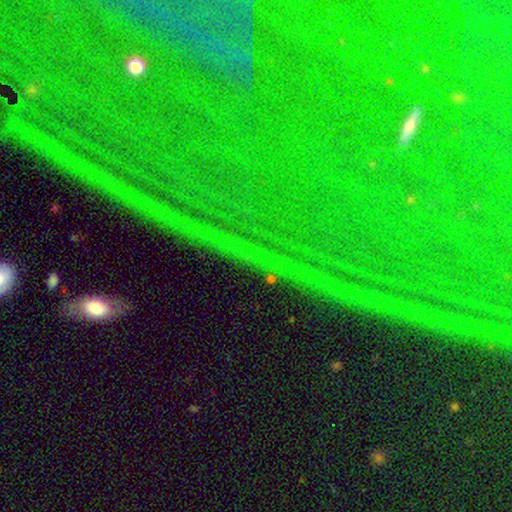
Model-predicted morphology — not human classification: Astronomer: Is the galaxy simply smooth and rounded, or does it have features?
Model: star or artifact — 82%.